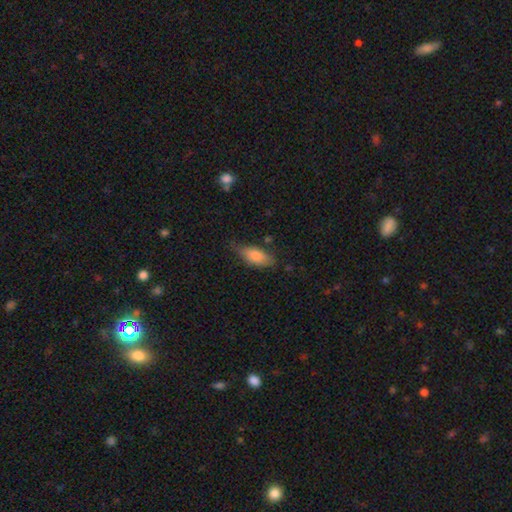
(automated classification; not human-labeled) A smooth galaxy with no disk features (79%) that is in between round and cigar-shaped (80%).

Vote fractions:
- Smooth or featured? smooth: 79% / featured or disk: 14% / star or artifact: 7%
- How rounded? in between: 80% / cigar-shaped: 17% / round: 3%
- Merging? none: 56% / minor disturbance: 33% / major disturbance: 8% / merger: 2%